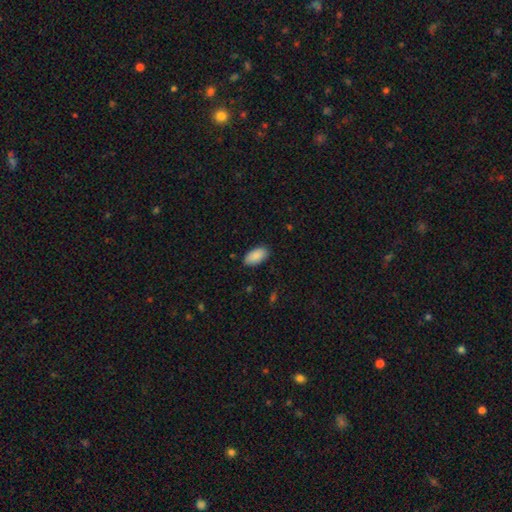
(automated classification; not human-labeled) A smooth galaxy with no disk features (90%) that is in between round and cigar-shaped (95%). Merging: none (86%).